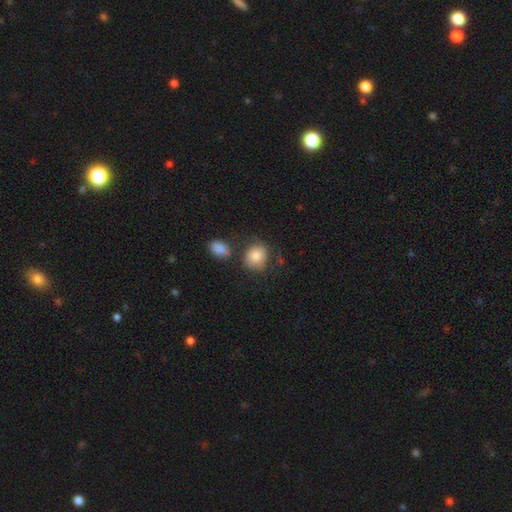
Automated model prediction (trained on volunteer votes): smooth 84%, featured or disk 9%, star or artifact 7%. Down the decision tree: how rounded — round (65%); merging — none (60%).